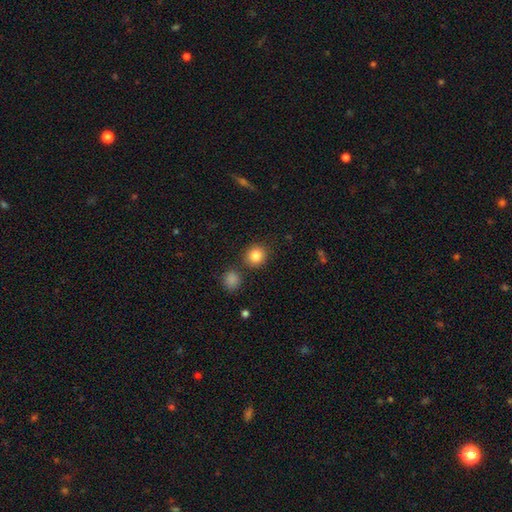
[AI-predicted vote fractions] The model was most divided on "how rounded": round: 86%, in between: 13%, cigar-shaped: 1%. More confident: smooth or featured — smooth (85%); merging — none (83%).